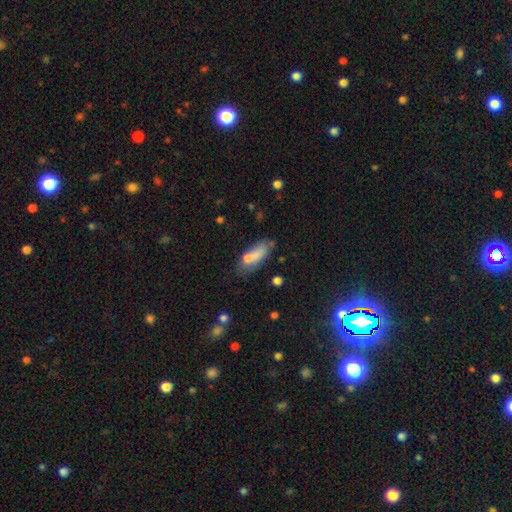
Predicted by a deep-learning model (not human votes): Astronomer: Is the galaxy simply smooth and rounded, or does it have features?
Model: smooth — 73%.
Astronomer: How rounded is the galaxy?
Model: in between — 73%.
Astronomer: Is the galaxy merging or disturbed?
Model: none — 44% (runner-up: minor disturbance, 23%).